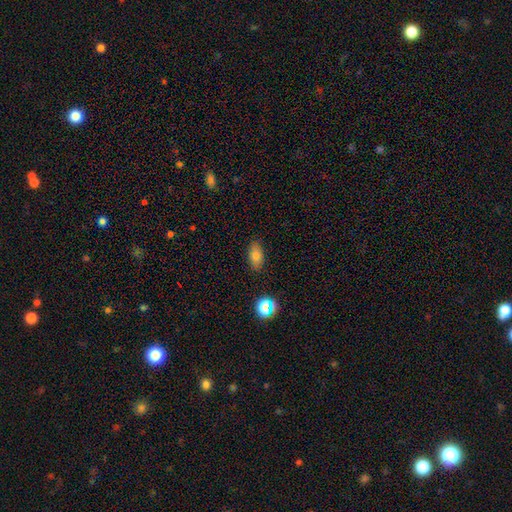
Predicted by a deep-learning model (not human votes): Morphology: type=smooth (77%); roundness=in between (88%); merging=none (85%).